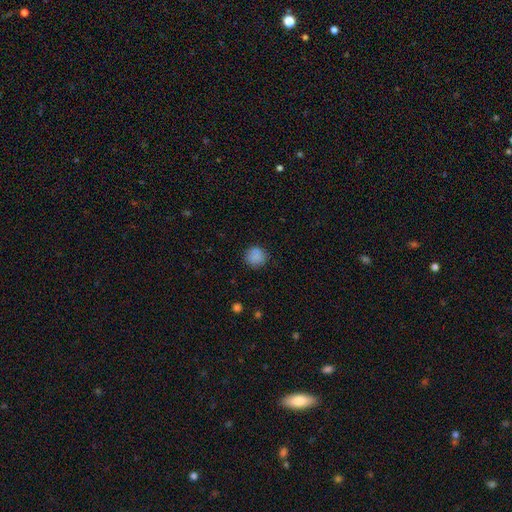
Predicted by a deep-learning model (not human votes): This appears to be a smooth galaxy with no disk features (86%) that is round (90%). Merging: none (85%).